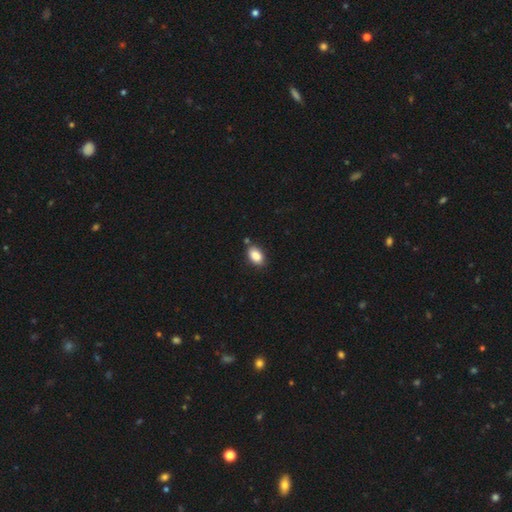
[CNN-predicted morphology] Q: Smooth or featured?
A: smooth (88%); runner-up: star or artifact (8%)
Q: How rounded?
A: in between (90%); runner-up: round (8%)
Q: Merging?
A: none (78%); runner-up: minor disturbance (14%)